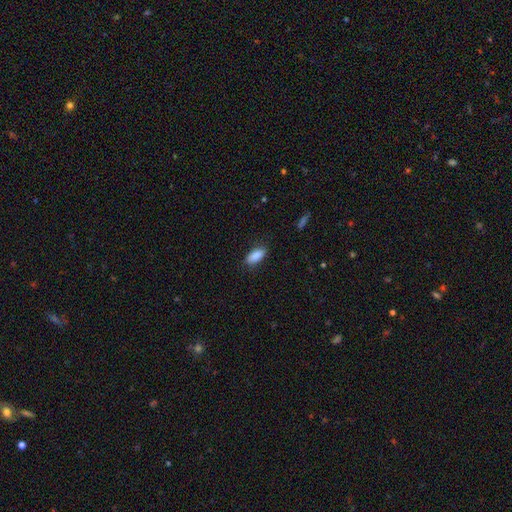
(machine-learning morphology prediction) A smooth galaxy with no disk features (88%) that is in between round and cigar-shaped (83%). Merging: none (82%).